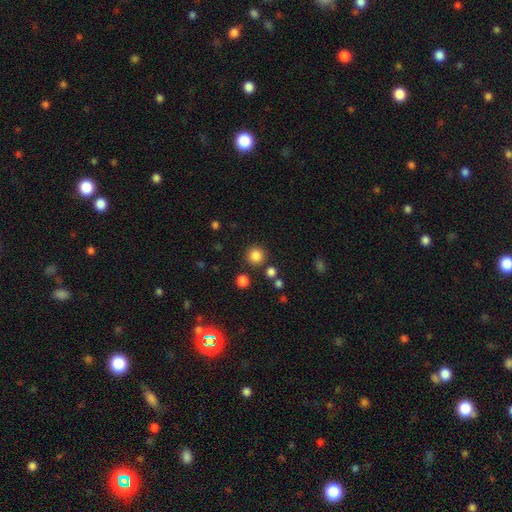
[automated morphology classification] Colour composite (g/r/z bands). It shows a smooth galaxy with no disk features (84%) that is round (94%). Merging: none (87%).